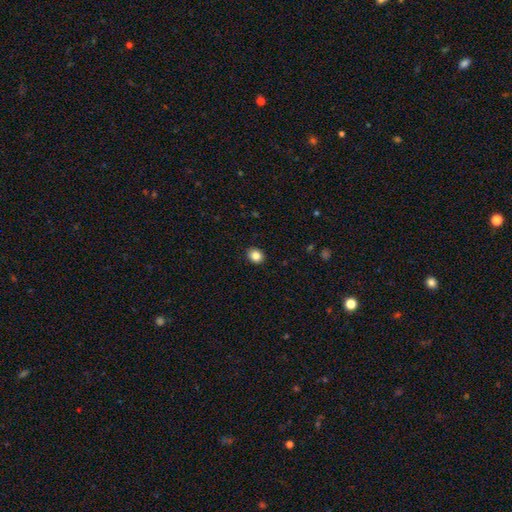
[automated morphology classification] type=smooth (85%); roundness=round (57%); merging=none (90%).